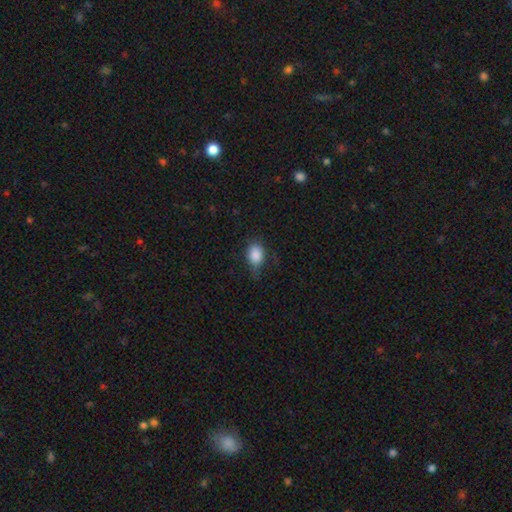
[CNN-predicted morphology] This appears to be a smooth galaxy with no disk features (86%) that is in between round and cigar-shaped (72%). Merging: none (57%).